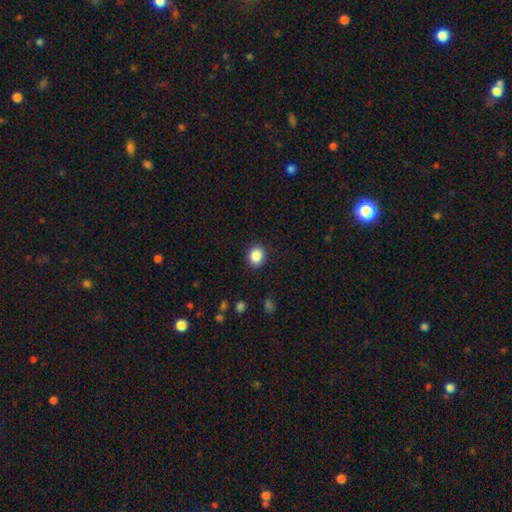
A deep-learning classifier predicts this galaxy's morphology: smooth-or-featured: smooth: 88% | star or artifact: 9% | featured or disk: 4%
  how-rounded: round: 69% | in between: 30% | cigar-shaped: 1%
  merging: none: 89% | minor disturbance: 7% | major disturbance: 2% | merger: 1%